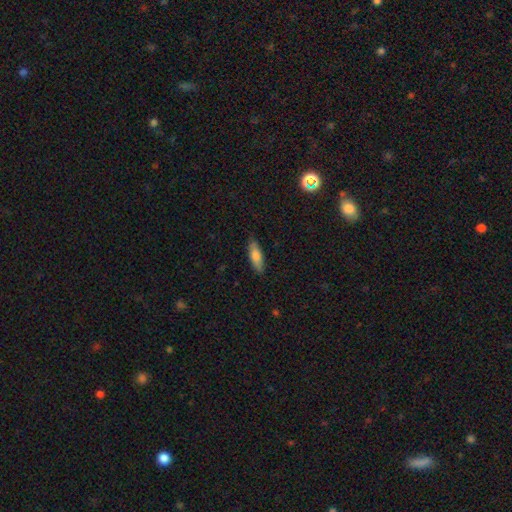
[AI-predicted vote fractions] This is likely a smooth galaxy (77%). How rounded: possibly in between (51%). Merging: clearly none (86%).